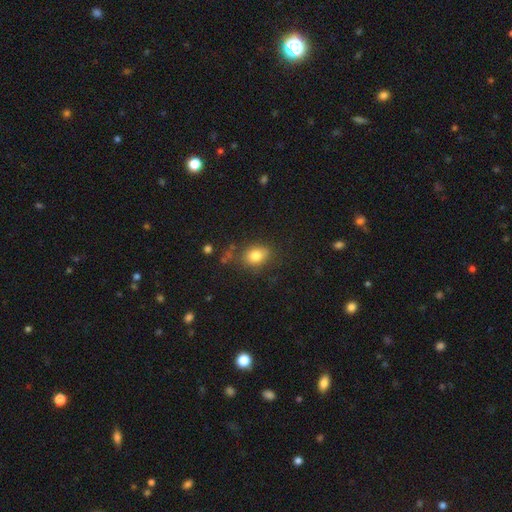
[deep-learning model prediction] This is clearly a smooth galaxy (80%). How rounded: possibly in between (57%). Merging: likely none (72%).